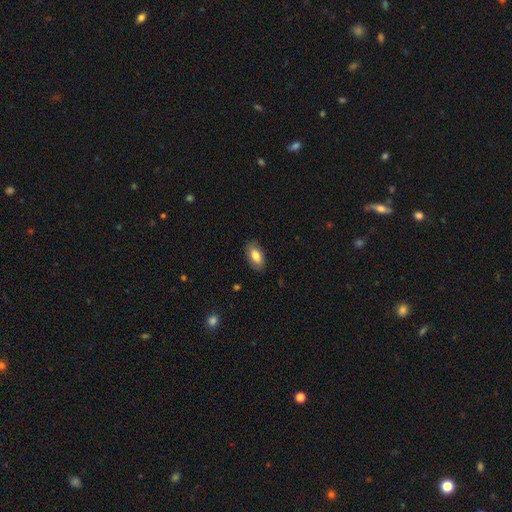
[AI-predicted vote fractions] Overall: smooth (83%). How rounded: in between (93%). Merging: none (86%).